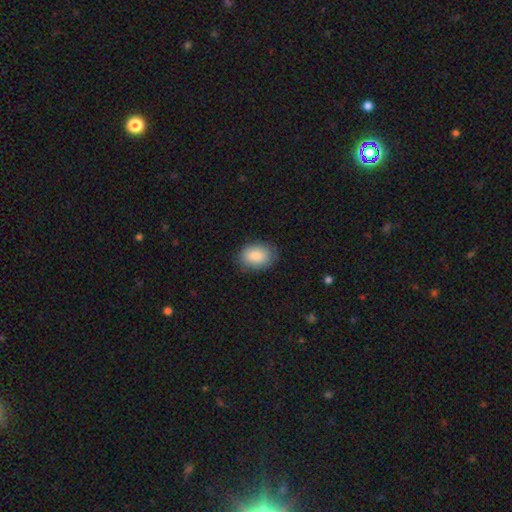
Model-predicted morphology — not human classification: Overall: smooth (86%). How rounded: in between (78%). Merging: none (85%).